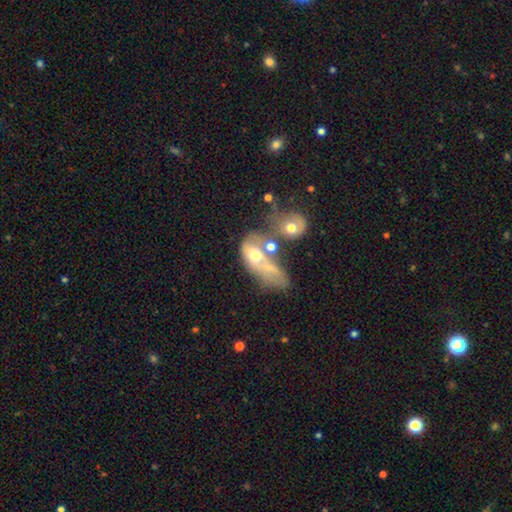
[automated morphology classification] This is possibly a smooth galaxy (49%). Merging: possibly merger (59%).